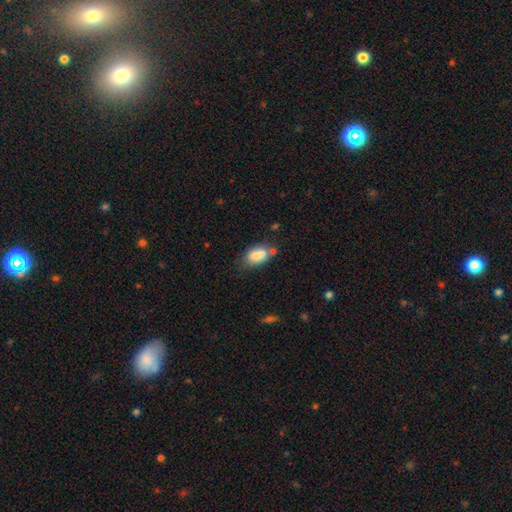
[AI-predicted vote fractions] Morphology: type=smooth (79%); roundness=in between (87%); merging=none (48%).